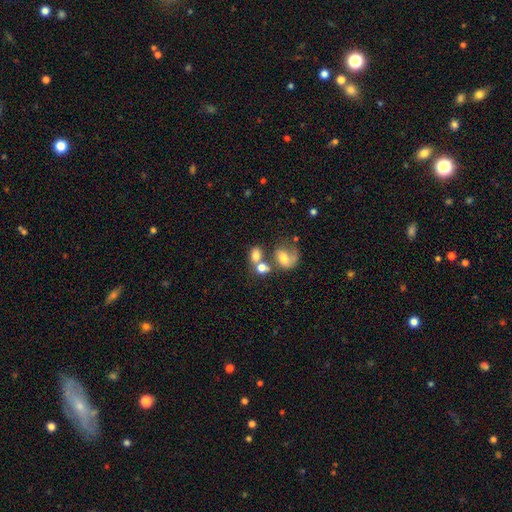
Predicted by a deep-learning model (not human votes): This appears to be a smooth galaxy with no disk features (69%) that is in between round and cigar-shaped (57%). Merging: merger (44%).